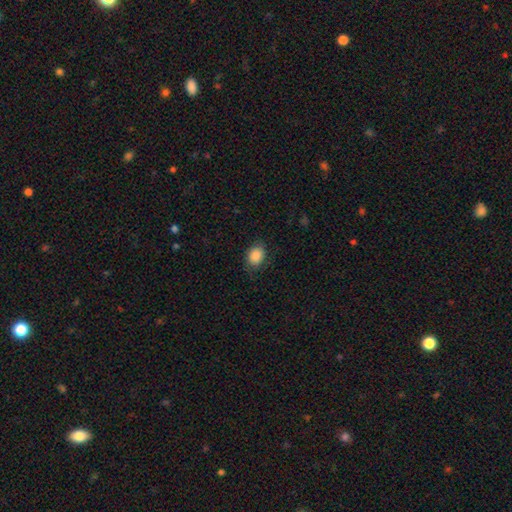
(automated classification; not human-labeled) Q: Smooth or featured?
A: smooth (88%); runner-up: star or artifact (8%)
Q: How rounded?
A: in between (67%); runner-up: round (32%)
Q: Merging?
A: none (79%); runner-up: minor disturbance (16%)